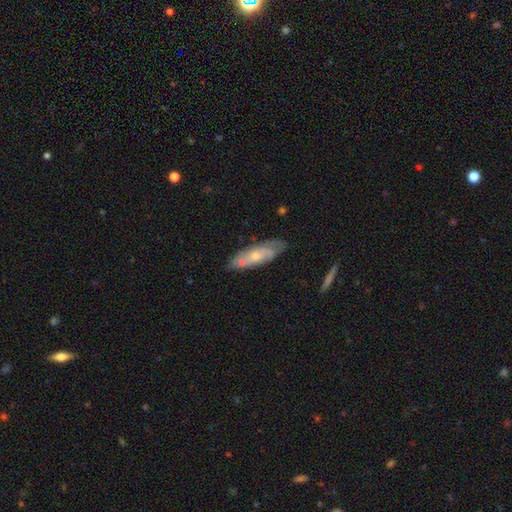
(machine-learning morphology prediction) Smooth or featured? featured or disk (63%)
Edge-on disk? no (75%)
Merging? none (70%)